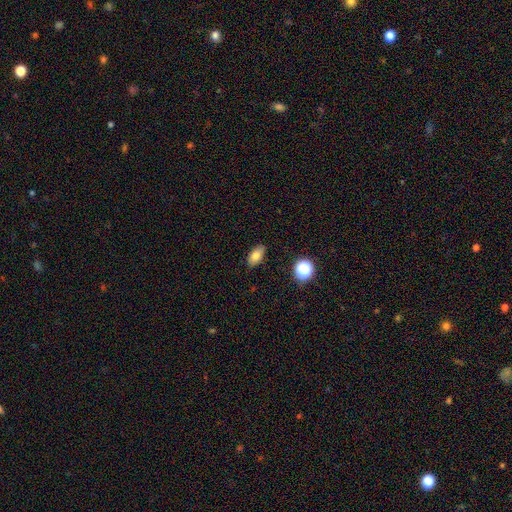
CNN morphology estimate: Smooth or featured? smooth (79%)
How rounded? in between (90%)
Merging? none (86%)